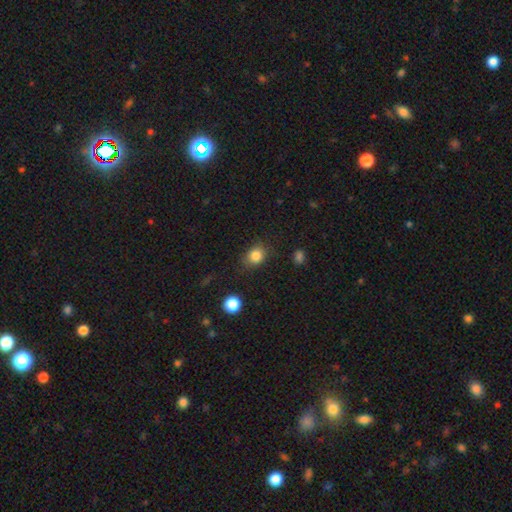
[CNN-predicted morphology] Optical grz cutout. It shows a smooth galaxy with no disk features (84%) that is round (65%). Merging: none (76%).